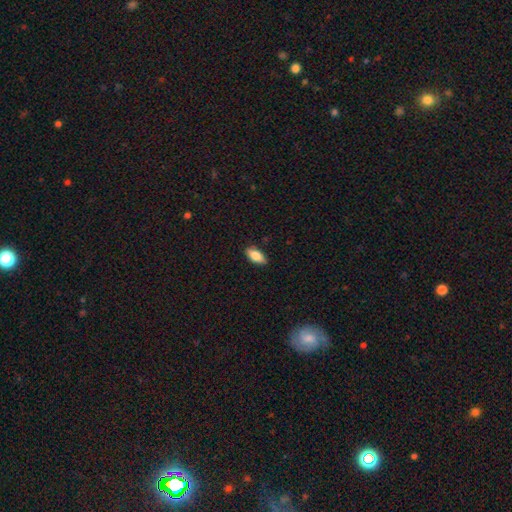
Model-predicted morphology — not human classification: Smooth or featured: smooth — 83% (featured or disk — 11%)
How rounded: in between — 88% (cigar-shaped — 10%)
Merging: none — 88% (minor disturbance — 10%)